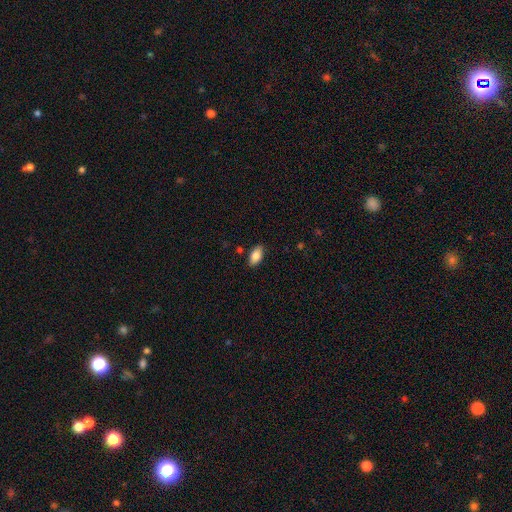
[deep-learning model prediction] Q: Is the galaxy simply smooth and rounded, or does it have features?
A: smooth — 84%.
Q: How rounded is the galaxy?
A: in between — 93%.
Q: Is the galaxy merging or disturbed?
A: none — 86%.